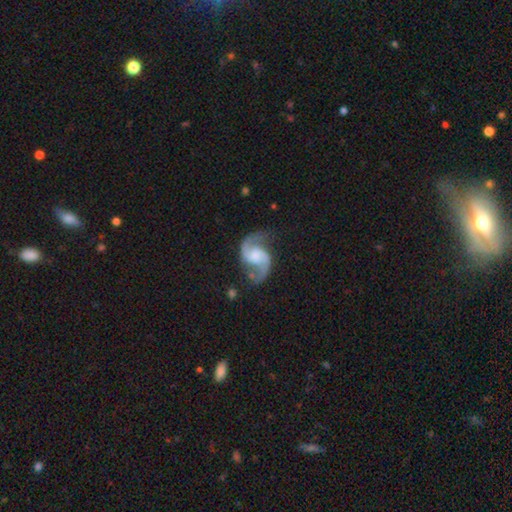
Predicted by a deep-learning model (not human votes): Smooth or featured? featured or disk (92%)
Edge-on disk? no (98%)
Bar? no (50%)
Spiral arms? yes (98%)
Spiral winding? medium (50%)
Spiral arm count? 2 (94%)
Bulge size? none (39%)
Merging? none (74%)